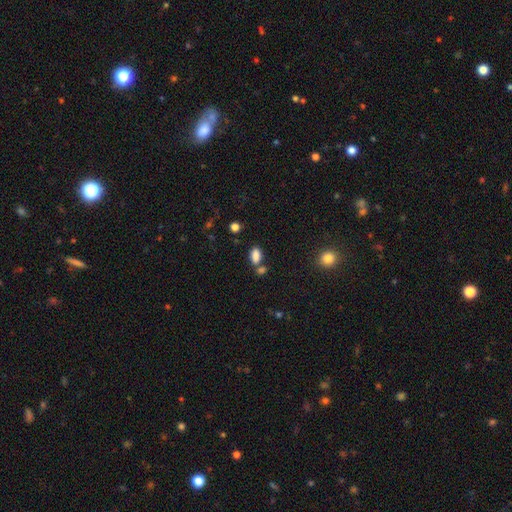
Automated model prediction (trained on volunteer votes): Smooth or featured? Predicted: smooth (p=0.84). How rounded? Predicted: in between (p=0.90). Merging? Predicted: none (p=0.60).